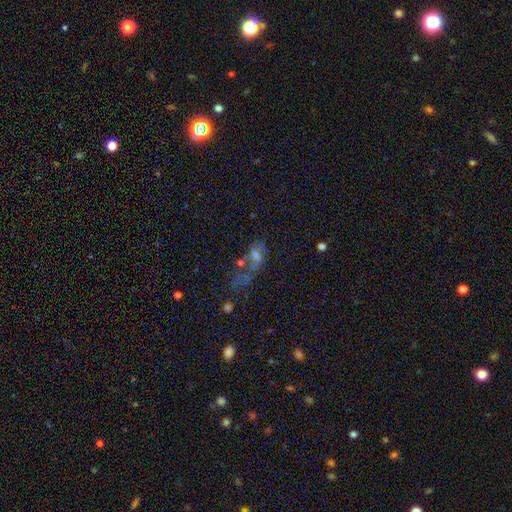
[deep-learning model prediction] Smooth or featured: featured or disk — 43% (smooth — 36%)
Merging: major disturbance — 33% (merger — 30%)